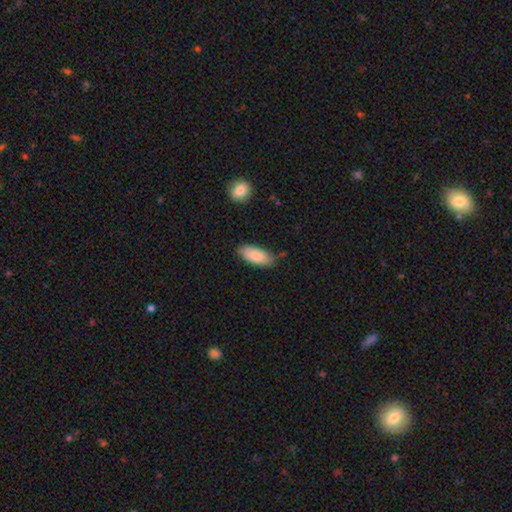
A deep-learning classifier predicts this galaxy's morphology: smooth-or-featured: smooth: 85% | featured or disk: 9% | star or artifact: 6%
  how-rounded: in between: 86% | cigar-shaped: 13% | round: 2%
  merging: none: 79% | minor disturbance: 16% | major disturbance: 3% | merger: 3%